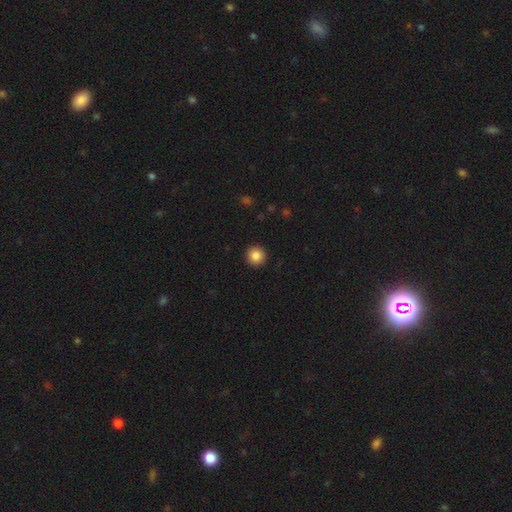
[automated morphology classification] type=smooth (86%); roundness=round (96%); merging=none (93%).